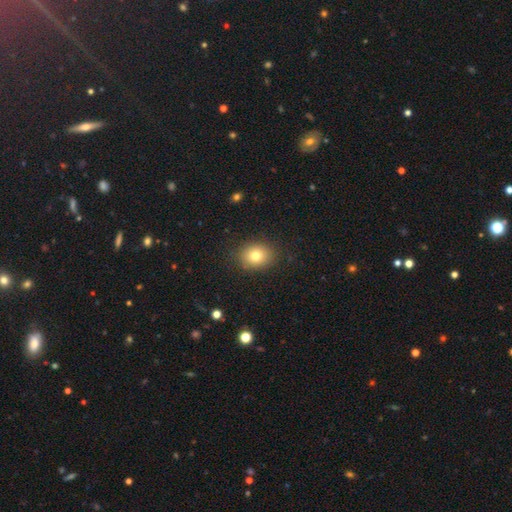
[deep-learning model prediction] smooth-or-featured: smooth: 78% | star or artifact: 11% | featured or disk: 11%
  how-rounded: round: 53% | in between: 46% | cigar-shaped: 1%
  merging: none: 87% | minor disturbance: 9% | major disturbance: 3% | merger: 1%